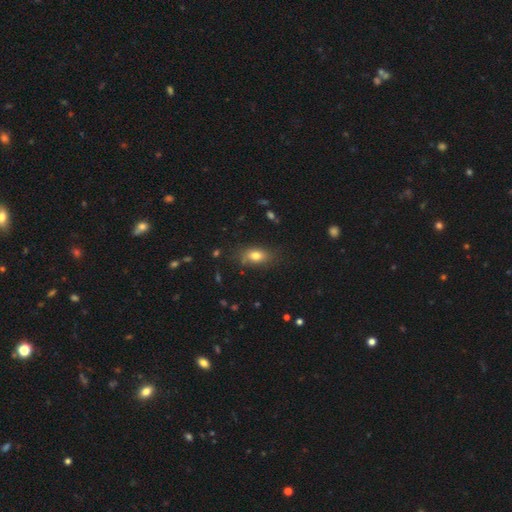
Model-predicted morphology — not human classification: smooth 76%, featured or disk 13%, star or artifact 11%. Down the decision tree: how rounded — in between (82%); merging — none (74%).